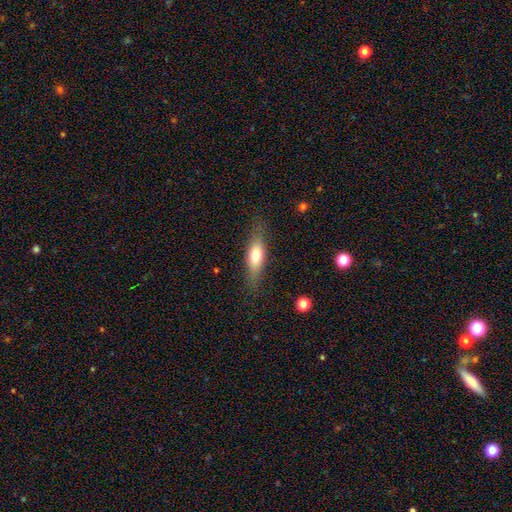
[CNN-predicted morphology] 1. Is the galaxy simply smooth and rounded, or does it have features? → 65% smooth, 28% featured or disk, 7% star or artifact.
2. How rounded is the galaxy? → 54% in between, 43% cigar-shaped, 3% round.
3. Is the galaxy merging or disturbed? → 80% none, 14% minor disturbance, 4% major disturbance, 1% merger.